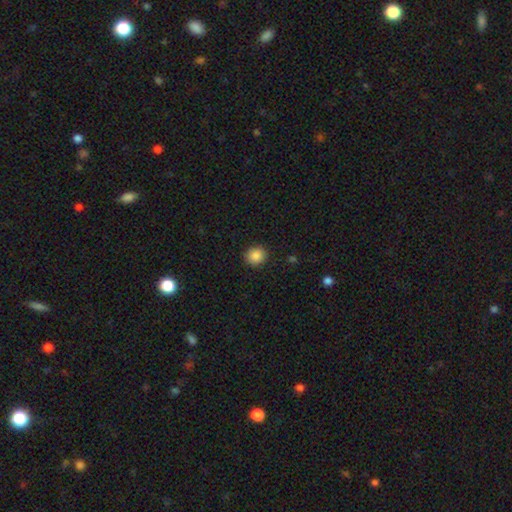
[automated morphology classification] Smooth or featured: smooth — 87% (star or artifact — 10%)
How rounded: round — 84% (in between — 15%)
Merging: none — 90% (minor disturbance — 7%)